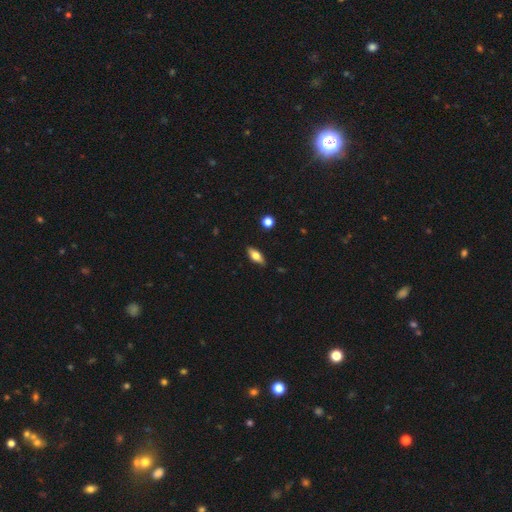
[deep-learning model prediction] smooth-or-featured: smooth: 59% | featured or disk: 34% | star or artifact: 7%
  how-rounded: in between: 76% | cigar-shaped: 20% | round: 4%
  merging: none: 87% | minor disturbance: 10% | major disturbance: 2% | merger: 1%